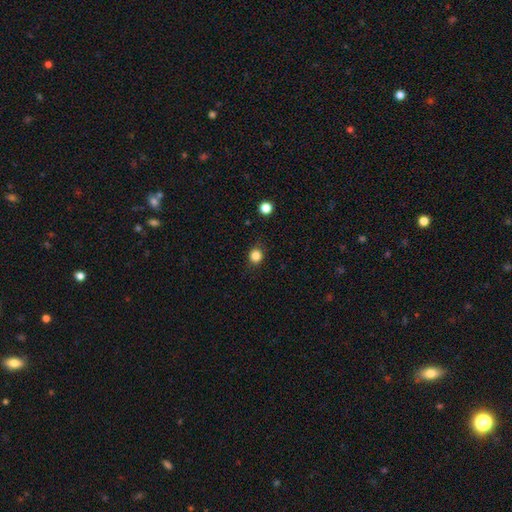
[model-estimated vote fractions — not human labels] smooth_or_featured: smooth (p=0.84) [alt: star or artifact p=0.12]
how_rounded: round (p=0.83) [alt: in between p=0.16]
merging: none (p=0.83) [alt: minor disturbance p=0.12]